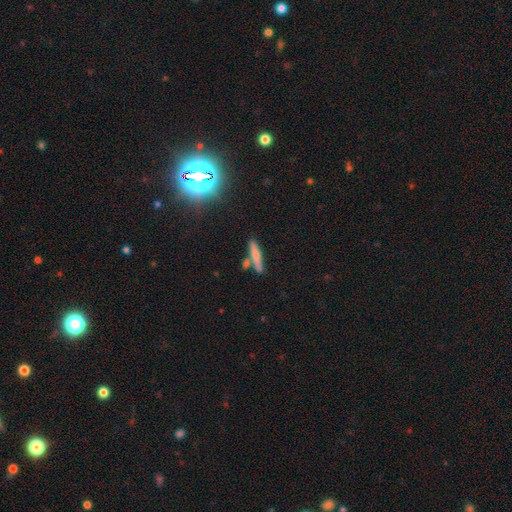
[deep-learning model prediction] Q: Smooth or featured?
A: smooth (66%); runner-up: featured or disk (26%)
Q: How rounded?
A: cigar-shaped (89%); runner-up: in between (9%)
Q: Merging?
A: none (70%); runner-up: merger (15%)